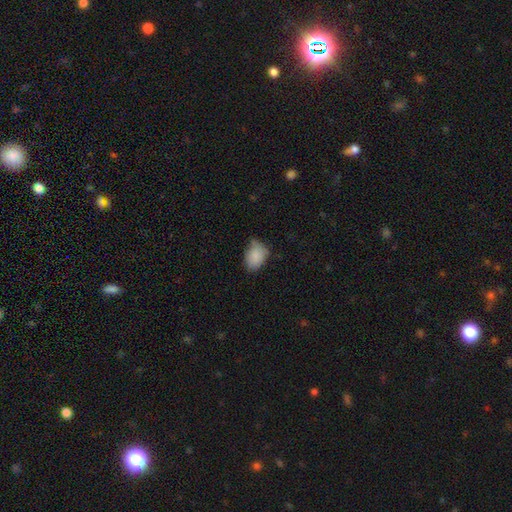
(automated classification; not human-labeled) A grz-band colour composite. It shows a smooth galaxy with no disk features (84%) that is in between round and cigar-shaped (80%). Merging: none (48%).